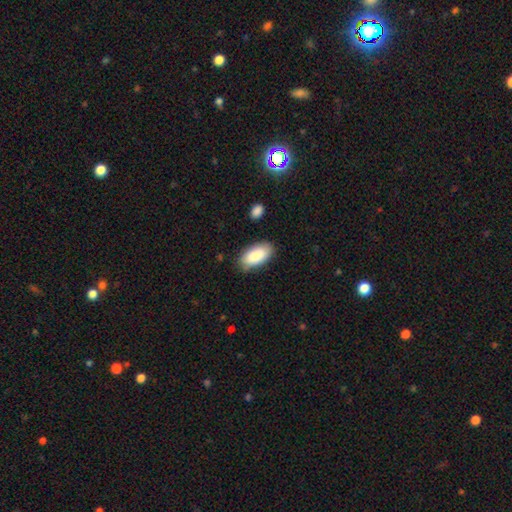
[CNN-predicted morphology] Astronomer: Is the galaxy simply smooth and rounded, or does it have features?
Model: smooth — 87%.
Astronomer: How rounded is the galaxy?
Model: in between — 93%.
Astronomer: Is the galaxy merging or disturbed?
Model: none — 83%.